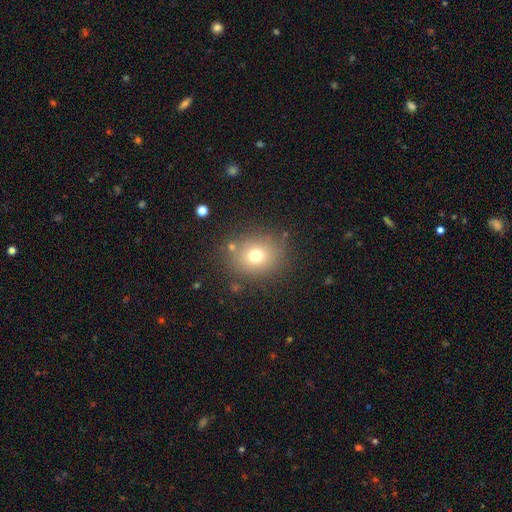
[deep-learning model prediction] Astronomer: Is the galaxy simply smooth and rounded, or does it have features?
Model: smooth — 72%.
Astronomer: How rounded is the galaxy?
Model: round — 69%.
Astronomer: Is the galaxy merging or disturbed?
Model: none — 80%.